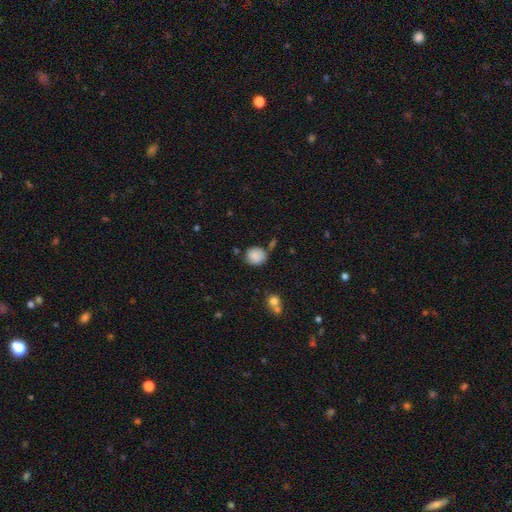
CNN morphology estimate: Q: Smooth or featured?
A: smooth (86%); runner-up: star or artifact (9%)
Q: How rounded?
A: round (76%); runner-up: in between (23%)
Q: Merging?
A: none (69%); runner-up: minor disturbance (19%)